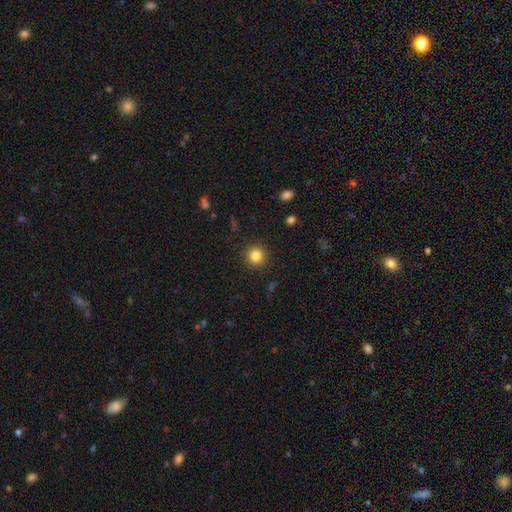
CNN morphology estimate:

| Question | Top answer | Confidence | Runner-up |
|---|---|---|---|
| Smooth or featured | smooth | 83% | star or artifact (11%) |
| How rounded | round | 93% | in between (6%) |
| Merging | none | 91% | minor disturbance (6%) |